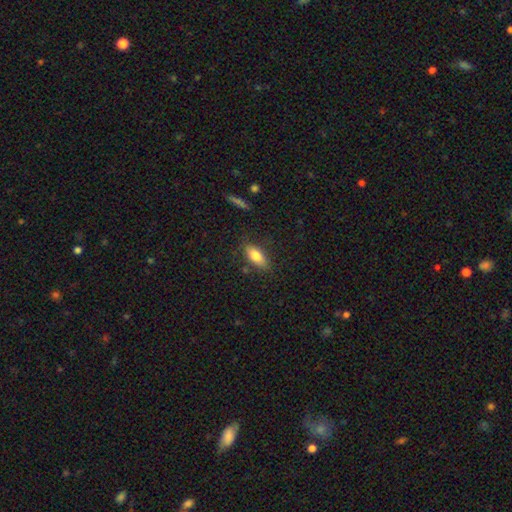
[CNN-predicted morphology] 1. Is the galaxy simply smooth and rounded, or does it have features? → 79% smooth, 14% featured or disk, 7% star or artifact.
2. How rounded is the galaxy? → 81% in between, 16% cigar-shaped, 3% round.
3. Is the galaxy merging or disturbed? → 79% none, 14% minor disturbance, 4% major disturbance, 3% merger.